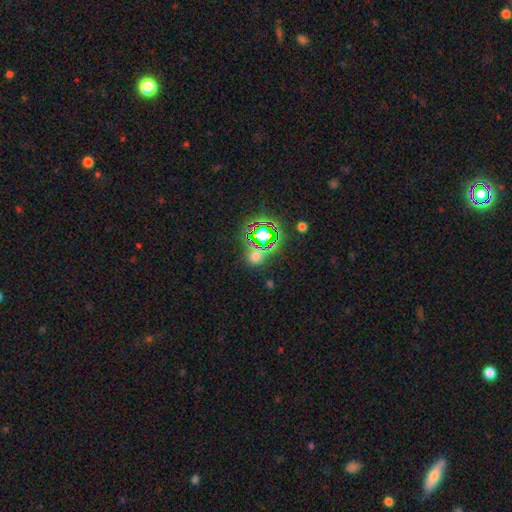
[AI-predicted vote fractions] A star or artifact, not a galaxy (48%).

Vote fractions:
- Smooth or featured? star or artifact: 48% / smooth: 44% / featured or disk: 8%